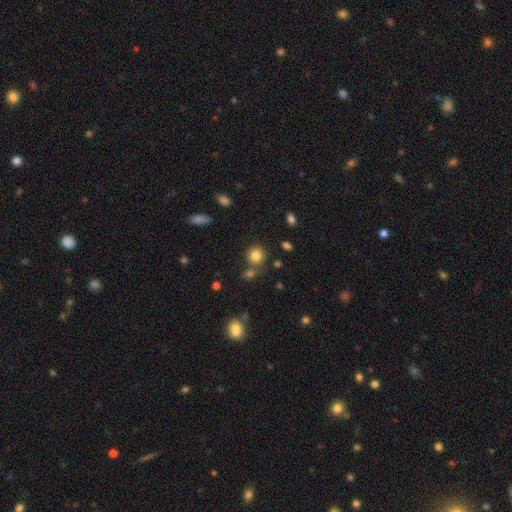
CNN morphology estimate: A smooth galaxy with no disk features (81%) that is round (87%). Merging: none (73%).